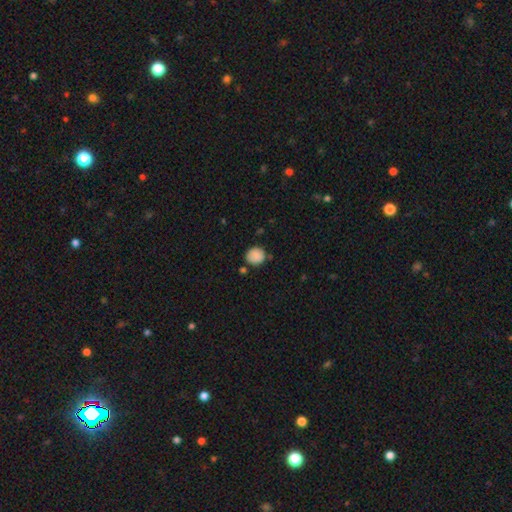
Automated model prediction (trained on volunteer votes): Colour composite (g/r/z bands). It shows a smooth galaxy with no disk features (87%) that is round (86%). Merging: none (75%).